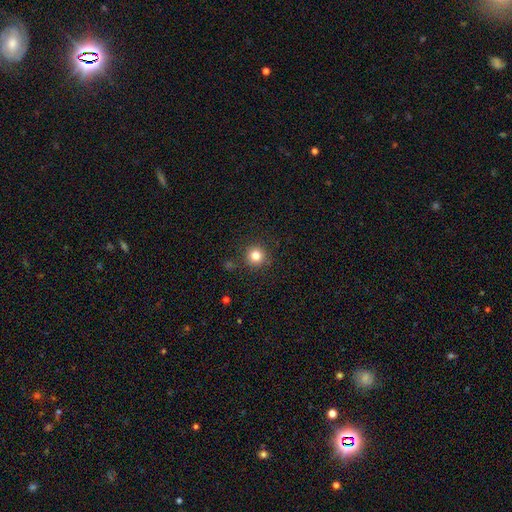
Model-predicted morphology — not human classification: type=smooth (82%); roundness=round (95%); merging=none (89%).